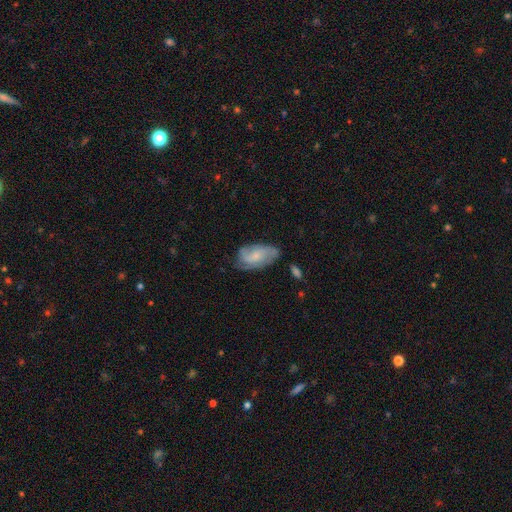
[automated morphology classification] Q: Smooth or featured?
A: featured or disk (59%); runner-up: smooth (34%)
Q: Edge-on disk?
A: no (95%); runner-up: yes (5%)
Q: Bar?
A: no (64%); runner-up: weak (31%)
Q: Spiral arms?
A: yes (89%); runner-up: no (11%)
Q: Bulge size?
A: small (53%); runner-up: moderate (30%)
Q: Merging?
A: none (60%); runner-up: minor disturbance (27%)